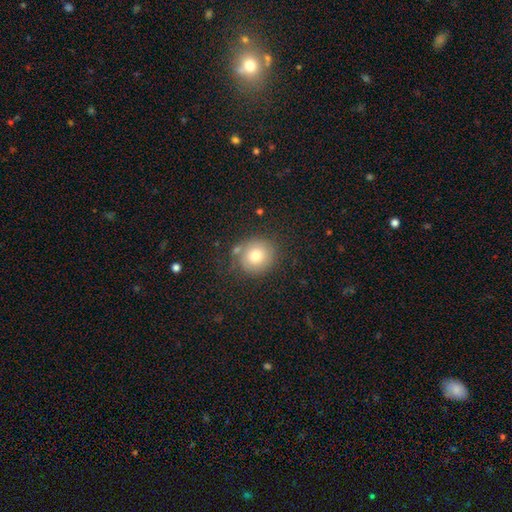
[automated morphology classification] A smooth galaxy with no disk features (73%) that is round (88%). Merging: none (74%).